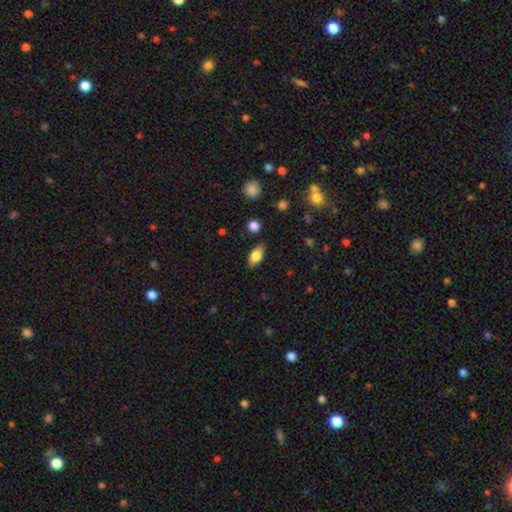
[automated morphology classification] Overall: smooth (80%). How rounded: in between (88%). Merging: none (82%).